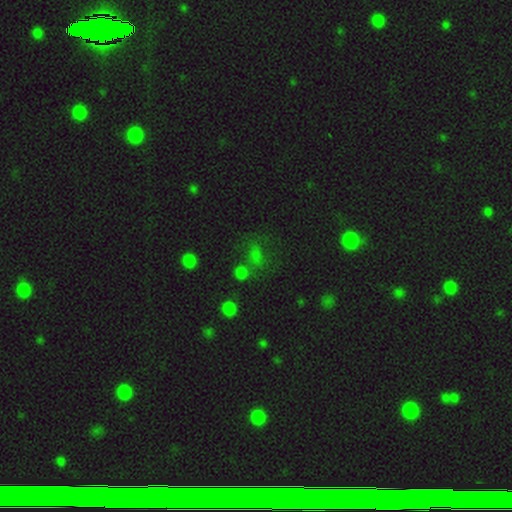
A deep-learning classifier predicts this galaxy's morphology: A smooth galaxy with no disk features (50%) that is round (51%). Merging: none (61%).